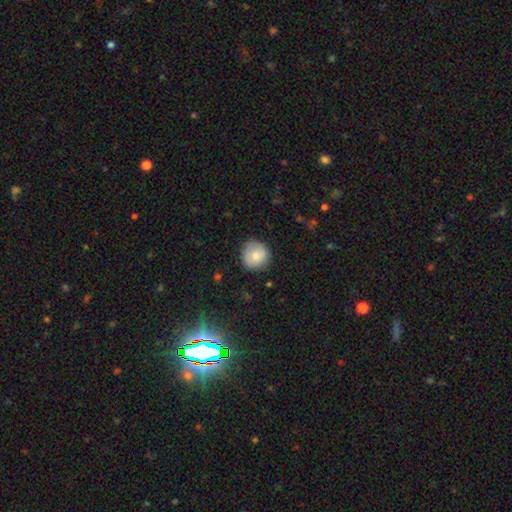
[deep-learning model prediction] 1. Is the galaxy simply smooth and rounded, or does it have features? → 78% smooth, 14% featured or disk, 8% star or artifact.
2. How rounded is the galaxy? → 93% round, 6% in between, 1% cigar-shaped.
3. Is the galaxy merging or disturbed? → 83% none, 13% minor disturbance, 3% major disturbance, 1% merger.